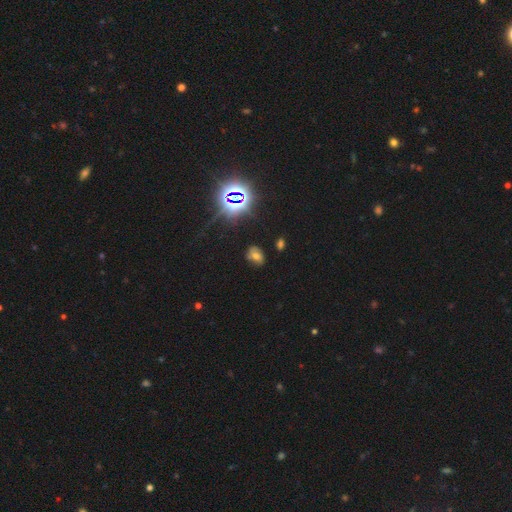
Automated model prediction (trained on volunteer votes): smooth 46%, star or artifact 37%, featured or disk 17%. Down the decision tree: merging — none (73%).